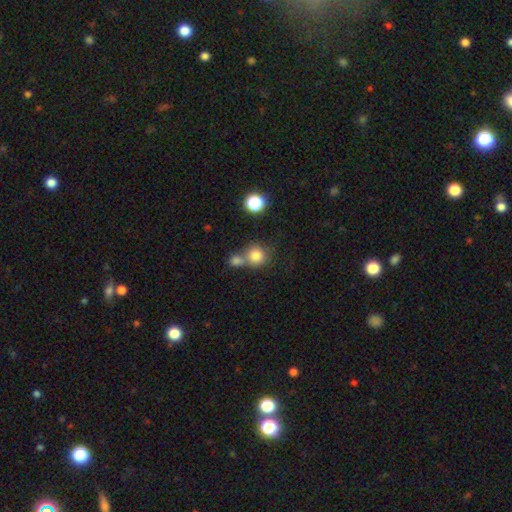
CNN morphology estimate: Smooth or featured? smooth (80%)
How rounded? round (89%)
Merging? none (46%)